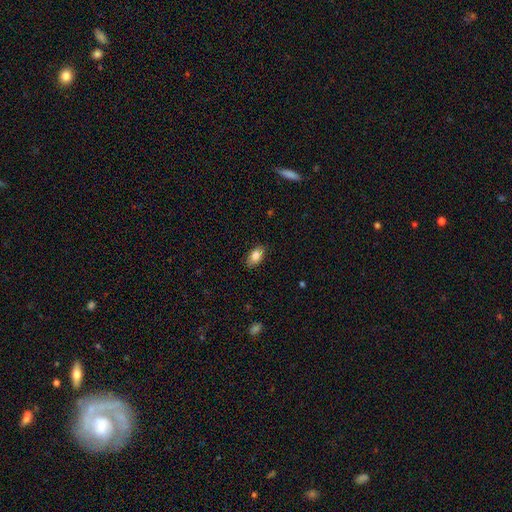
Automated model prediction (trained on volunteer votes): smooth-or-featured: smooth: 83% | featured or disk: 10% | star or artifact: 8%
  how-rounded: in between: 90% | round: 6% | cigar-shaped: 4%
  merging: none: 86% | minor disturbance: 11% | major disturbance: 2% | merger: 1%